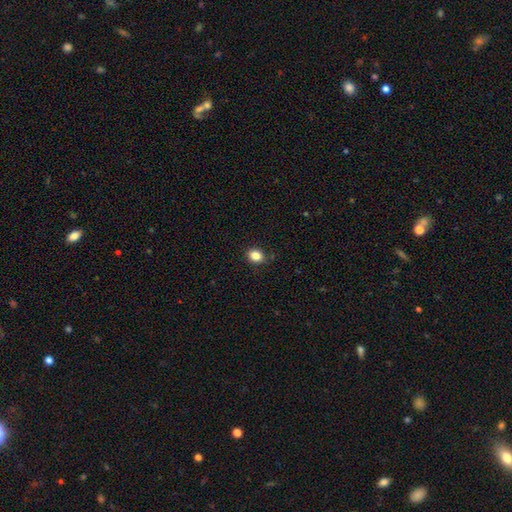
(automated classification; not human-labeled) smooth-or-featured: smooth: 84% | star or artifact: 11% | featured or disk: 5%
  how-rounded: round: 52% | in between: 47% | cigar-shaped: 1%
  merging: none: 87% | minor disturbance: 10% | major disturbance: 2% | merger: 1%